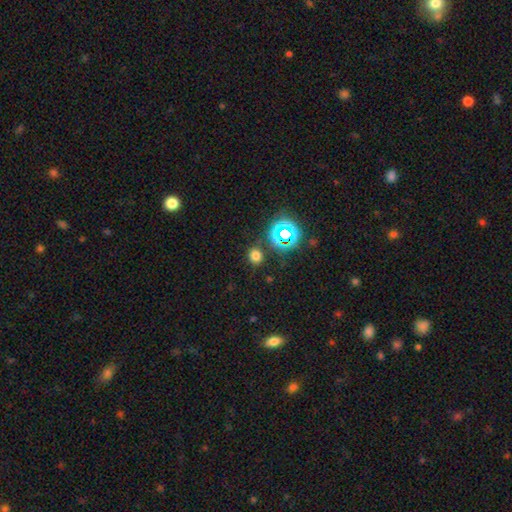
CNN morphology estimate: Overall: smooth (69%). How rounded: round (80%). Merging: none (85%).